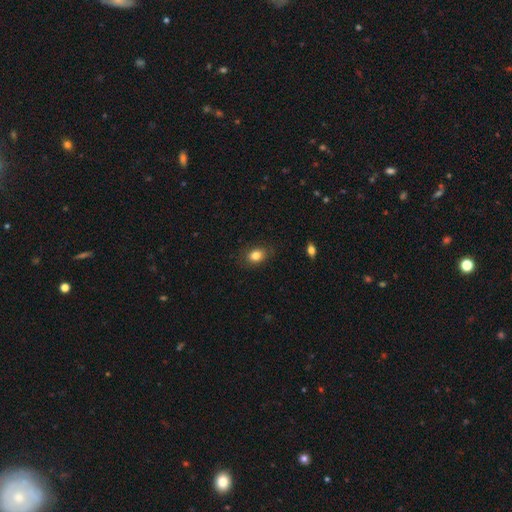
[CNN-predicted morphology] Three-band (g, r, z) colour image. It shows a smooth galaxy with no disk features (83%) that is in between round and cigar-shaped (69%). Merging: none (83%).